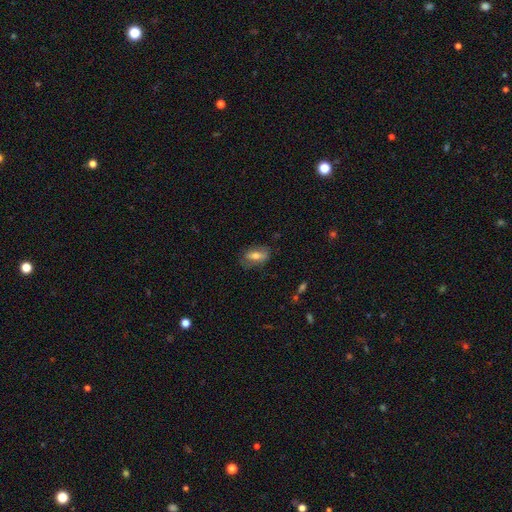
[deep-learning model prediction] smooth 60%, featured or disk 32%, star or artifact 8%. Down the decision tree: how rounded — in between (81%); merging — none (72%).